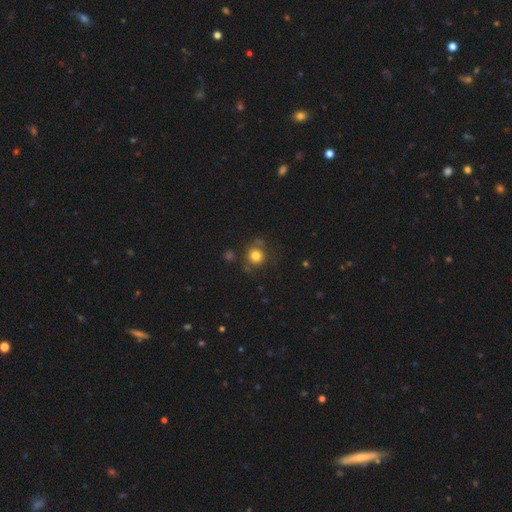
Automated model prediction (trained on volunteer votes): Smooth or featured?
  - smooth: 79% *
  - star or artifact: 12%
  - featured or disk: 9%
How rounded?
  - round: 88% *
  - in between: 11%
  - cigar-shaped: 1%
Merging?
  - none: 71% *
  - minor disturbance: 17%
  - major disturbance: 6%
  - merger: 5%